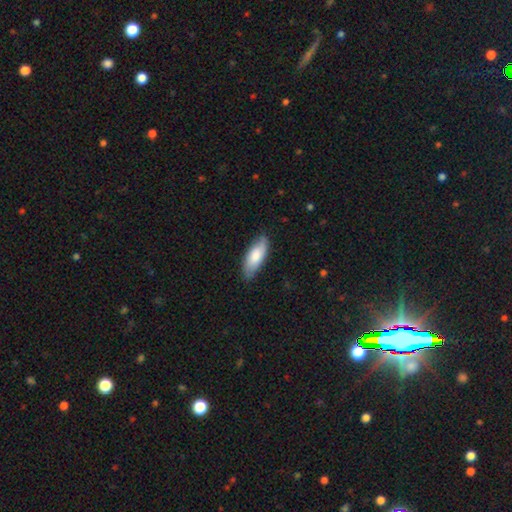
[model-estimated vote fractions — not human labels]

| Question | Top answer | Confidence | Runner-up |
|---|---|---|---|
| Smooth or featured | smooth | 77% | featured or disk (17%) |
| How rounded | in between | 71% | cigar-shaped (27%) |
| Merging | none | 82% | minor disturbance (15%) |